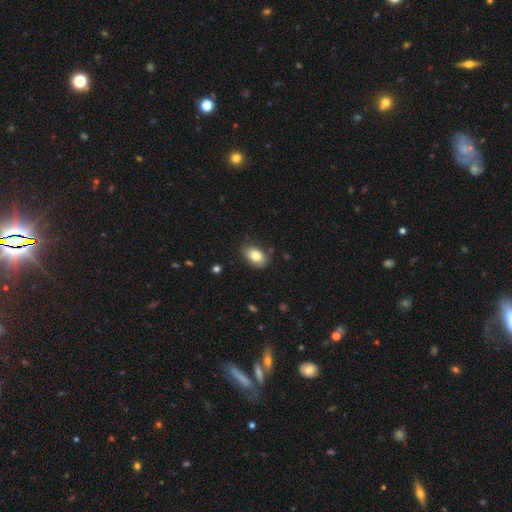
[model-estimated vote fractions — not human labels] smooth_or_featured: smooth (p=0.81) [alt: featured or disk p=0.11]
how_rounded: in between (p=0.88) [alt: round p=0.10]
merging: none (p=0.80) [alt: minor disturbance p=0.15]